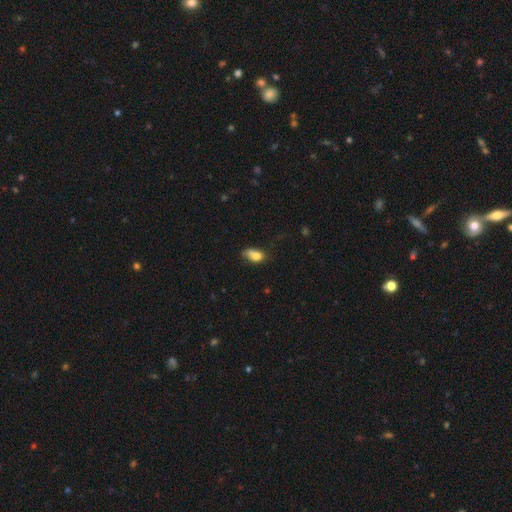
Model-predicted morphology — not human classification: Overall: smooth (75%). How rounded: in between (79%). Merging: none (37%; minor disturbance 29%).